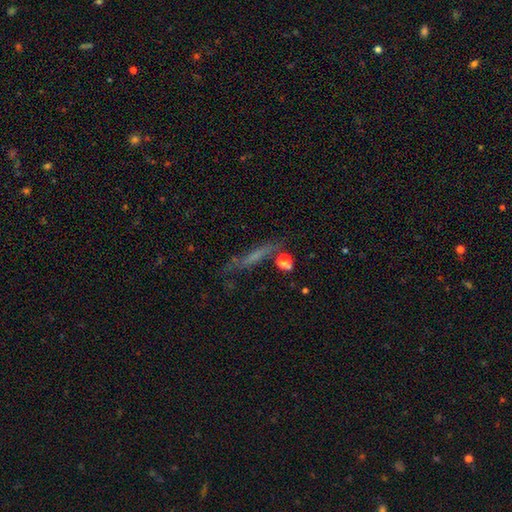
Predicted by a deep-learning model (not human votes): This appears to be a smooth galaxy with no disk features (44%). Merging: none (59%).